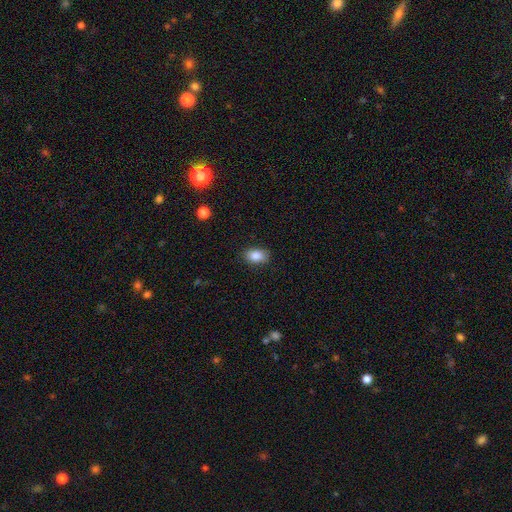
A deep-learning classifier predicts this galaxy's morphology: Smooth or featured: smooth — 86% (star or artifact — 8%)
How rounded: in between — 85% (round — 13%)
Merging: none — 86% (minor disturbance — 11%)